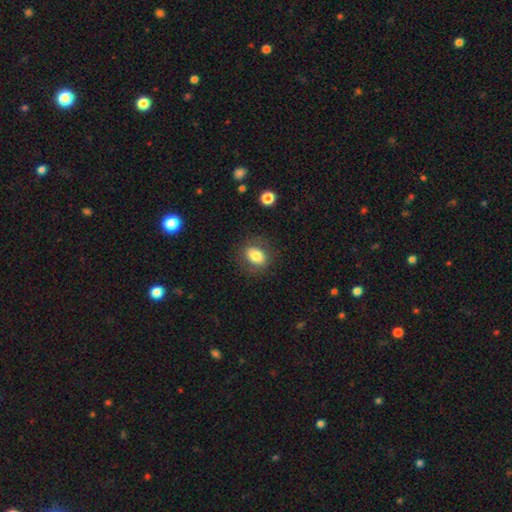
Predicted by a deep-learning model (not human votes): A smooth galaxy with no disk features (78%) that is in between round and cigar-shaped (64%).

Vote fractions:
- Smooth or featured? smooth: 78% / featured or disk: 13% / star or artifact: 9%
- How rounded? in between: 64% / round: 35% / cigar-shaped: 1%
- Merging? none: 80% / minor disturbance: 13% / major disturbance: 6% / merger: 1%